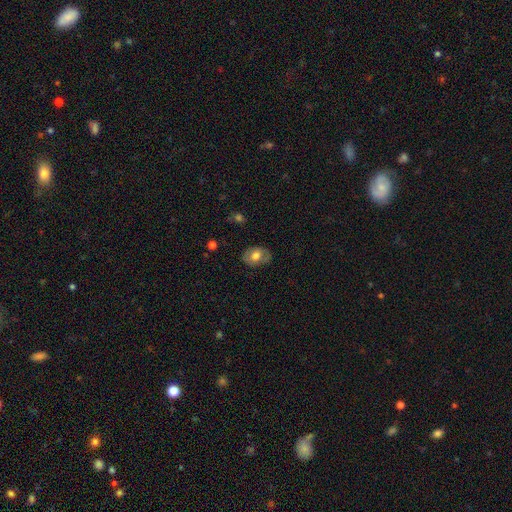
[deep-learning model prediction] smooth_or_featured: smooth (p=0.63) [alt: featured or disk p=0.29]
how_rounded: in between (p=0.73) [alt: round p=0.26]
merging: none (p=0.78) [alt: minor disturbance p=0.17]